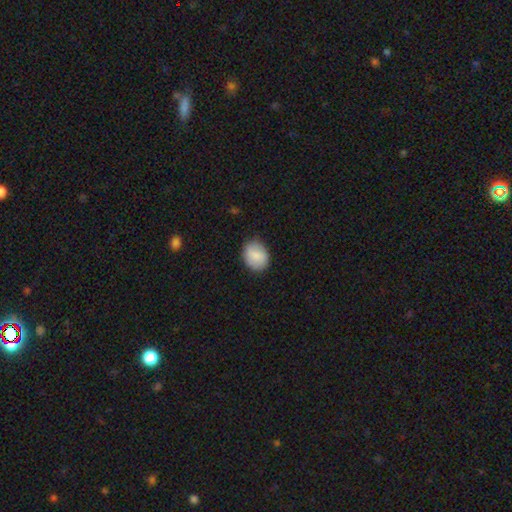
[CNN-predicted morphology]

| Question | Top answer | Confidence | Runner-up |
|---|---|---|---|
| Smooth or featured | smooth | 80% | featured or disk (14%) |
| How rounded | round | 55% | in between (45%) |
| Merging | none | 82% | minor disturbance (14%) |